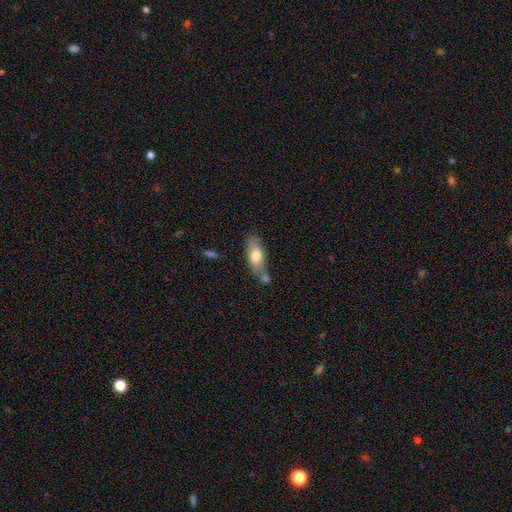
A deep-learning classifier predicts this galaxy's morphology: A smooth galaxy with no disk features (69%) that is in between round and cigar-shaped (74%).

Vote fractions:
- Smooth or featured? smooth: 69% / featured or disk: 25% / star or artifact: 6%
- How rounded? in between: 74% / cigar-shaped: 23% / round: 3%
- Merging? none: 51% / minor disturbance: 22% / merger: 21% / major disturbance: 6%